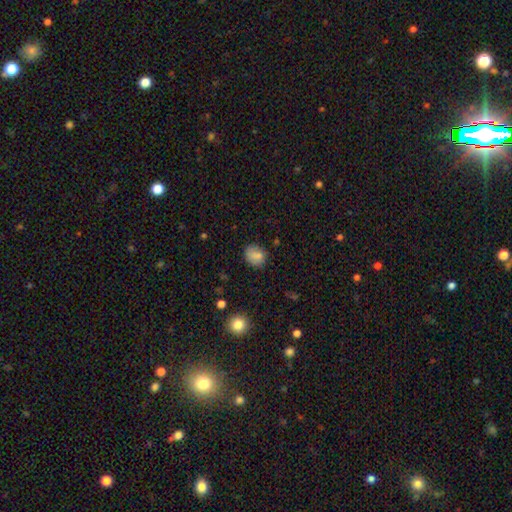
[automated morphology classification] Smooth or featured?
  - smooth: 80% *
  - star or artifact: 10%
  - featured or disk: 9%
How rounded?
  - round: 57% *
  - in between: 42%
  - cigar-shaped: 1%
Merging?
  - none: 75% *
  - minor disturbance: 18%
  - major disturbance: 4%
  - merger: 3%